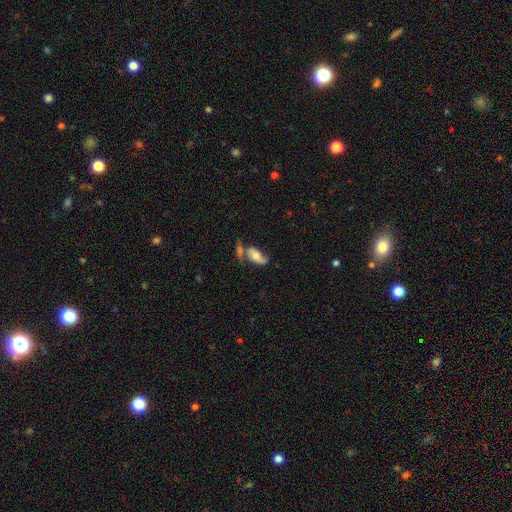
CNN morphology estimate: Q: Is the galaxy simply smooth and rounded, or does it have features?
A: featured or disk — 49%.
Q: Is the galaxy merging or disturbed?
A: merger — 34%.